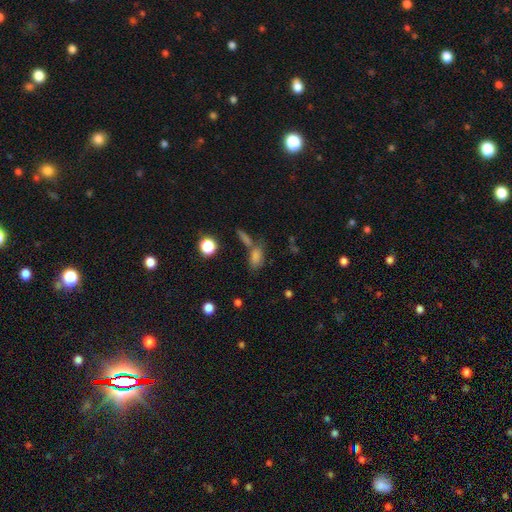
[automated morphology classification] smooth_or_featured: smooth (p=0.77) [alt: star or artifact p=0.14]
how_rounded: in between (p=0.81) [alt: cigar-shaped p=0.10]
merging: none (p=0.45) [alt: merger p=0.36]